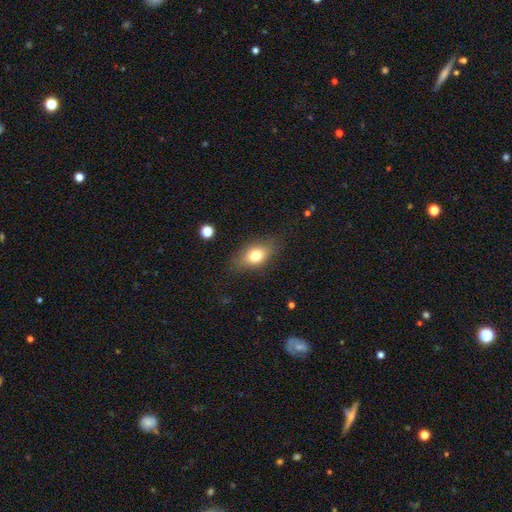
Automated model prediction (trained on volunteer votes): Smooth or featured?
  - smooth: 75% *
  - featured or disk: 15%
  - star or artifact: 10%
How rounded?
  - in between: 79% *
  - round: 16%
  - cigar-shaped: 5%
Merging?
  - none: 78% *
  - minor disturbance: 15%
  - major disturbance: 5%
  - merger: 1%